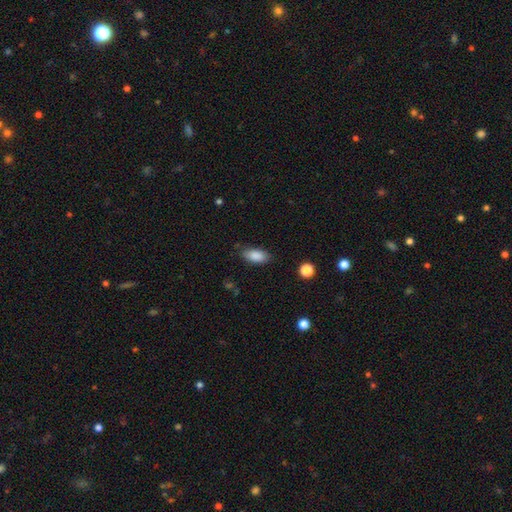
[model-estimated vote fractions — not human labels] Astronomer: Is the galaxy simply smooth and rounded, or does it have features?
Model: smooth — 88%.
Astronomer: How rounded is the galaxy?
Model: in between — 91%.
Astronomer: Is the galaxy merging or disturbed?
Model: none — 81%.